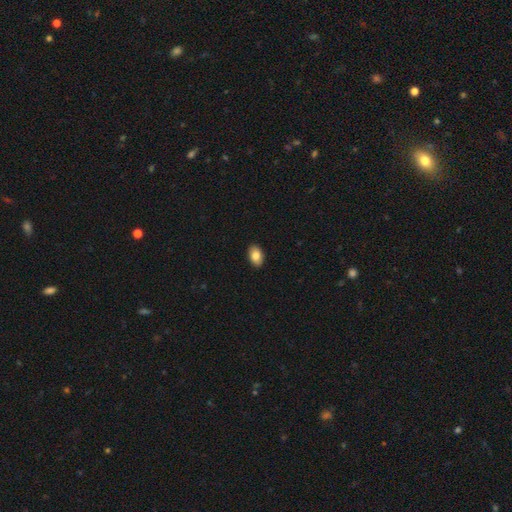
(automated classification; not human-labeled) A smooth galaxy with no disk features (84%) that is in between round and cigar-shaped (90%).

Vote fractions:
- Smooth or featured? smooth: 84% / featured or disk: 8% / star or artifact: 7%
- How rounded? in between: 90% / round: 8% / cigar-shaped: 1%
- Merging? none: 90% / minor disturbance: 7% / major disturbance: 2% / merger: 1%